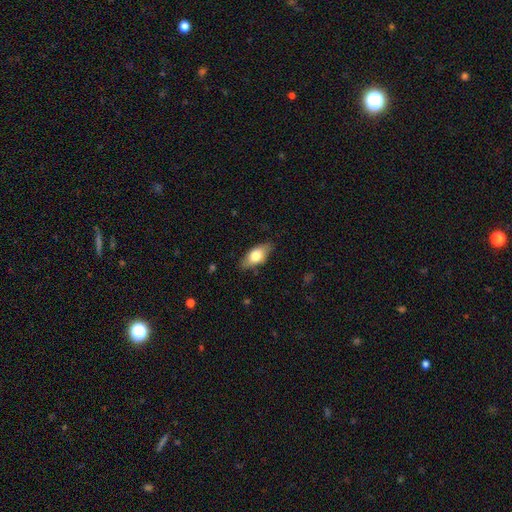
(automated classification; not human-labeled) Overall: smooth (69%). How rounded: in between (85%). Merging: none (81%).